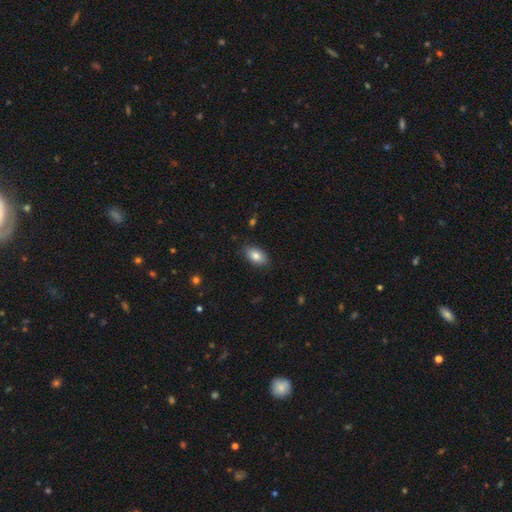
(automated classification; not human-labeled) Smooth or featured?
  - smooth: 83% *
  - featured or disk: 9%
  - star or artifact: 7%
How rounded?
  - in between: 92% *
  - round: 6%
  - cigar-shaped: 3%
Merging?
  - none: 85% *
  - minor disturbance: 11%
  - major disturbance: 2%
  - merger: 1%